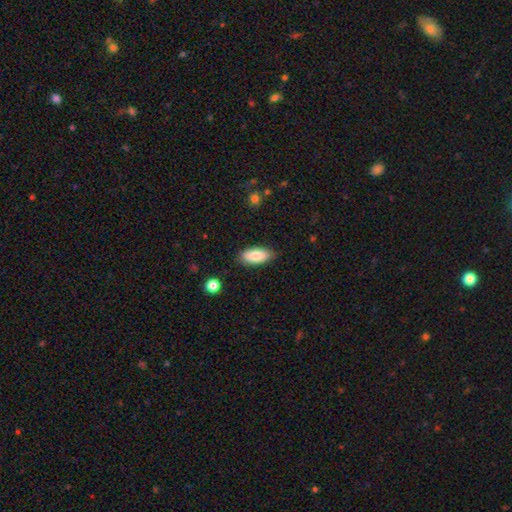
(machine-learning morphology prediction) Smooth or featured? smooth (81%)
How rounded? in between (90%)
Merging? none (82%)